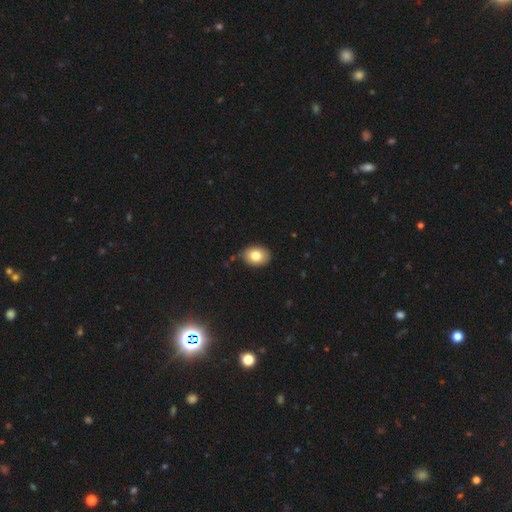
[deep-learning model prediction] A smooth galaxy with no disk features (80%) that is in between round and cigar-shaped (66%). Merging: none (83%).